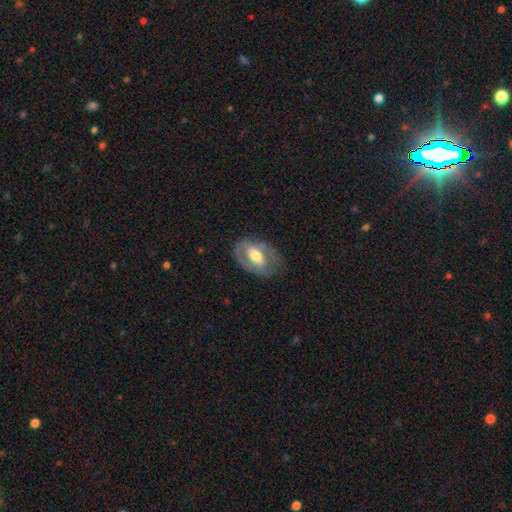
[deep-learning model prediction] Smooth or featured? featured or disk (61%)
Edge-on disk? no (91%)
Bar? no (37%)
Spiral arms? no (61%)
Bulge size? moderate (64%)
Merging? none (65%)